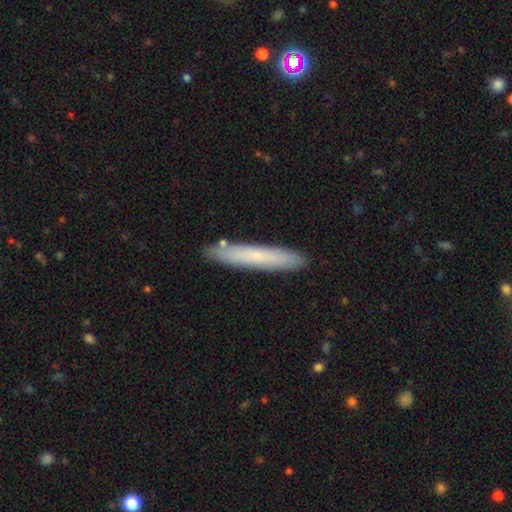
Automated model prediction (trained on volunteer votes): Smooth or featured? smooth (64%)
How rounded? cigar-shaped (93%)
Merging? none (87%)